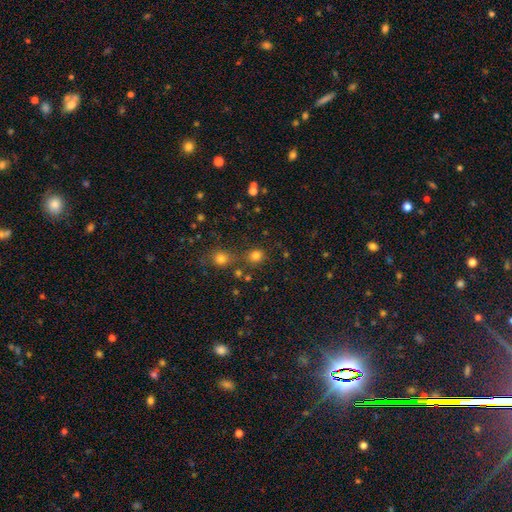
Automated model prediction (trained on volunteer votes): The model was most divided on "merging": none: 69%, merger: 16%, minor disturbance: 10%, major disturbance: 4%. More confident: how rounded — round (80%); smooth or featured — smooth (78%).